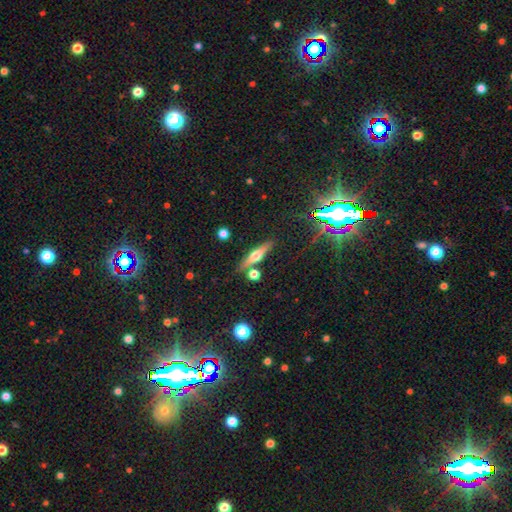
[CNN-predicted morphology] Smooth or featured? featured or disk (53%)
Edge-on disk? yes (93%)
Merging? none (80%)